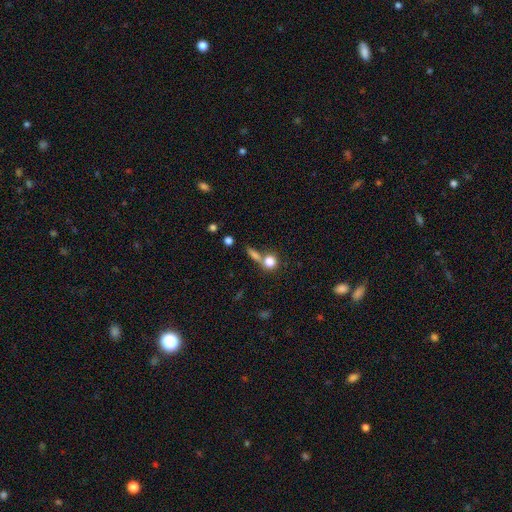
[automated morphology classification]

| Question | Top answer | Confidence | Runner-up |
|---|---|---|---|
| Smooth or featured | smooth | 68% | star or artifact (18%) |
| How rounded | round | 62% | in between (25%) |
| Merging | none | 55% | merger (29%) |